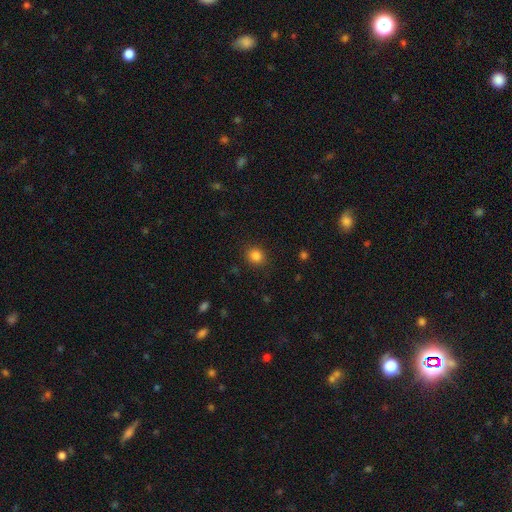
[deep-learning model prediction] Smooth or featured?
  - smooth: 84% *
  - star or artifact: 12%
  - featured or disk: 4%
How rounded?
  - round: 77% *
  - in between: 22%
  - cigar-shaped: 1%
Merging?
  - none: 88% *
  - minor disturbance: 8%
  - major disturbance: 3%
  - merger: 1%